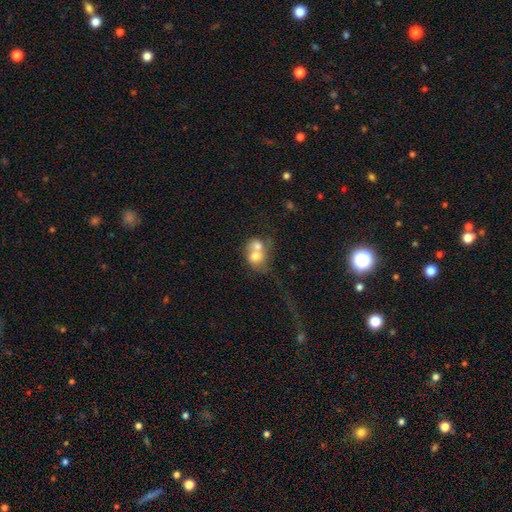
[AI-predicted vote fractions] Morphology: type=smooth (64%); roundness=round (63%); merging=merger (76%).